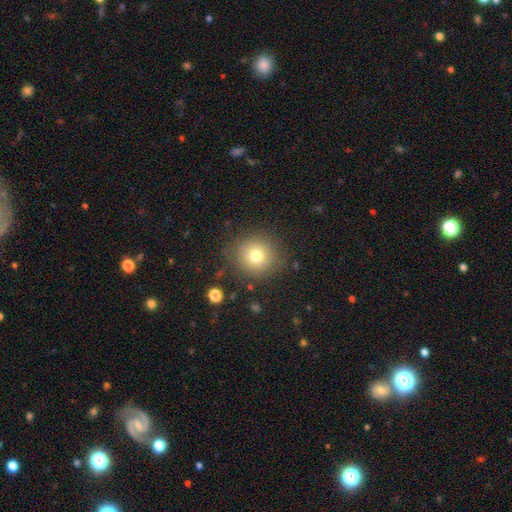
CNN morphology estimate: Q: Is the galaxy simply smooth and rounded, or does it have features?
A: smooth — 75%.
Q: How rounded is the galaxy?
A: round — 90%.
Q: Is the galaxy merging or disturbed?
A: none — 83%.